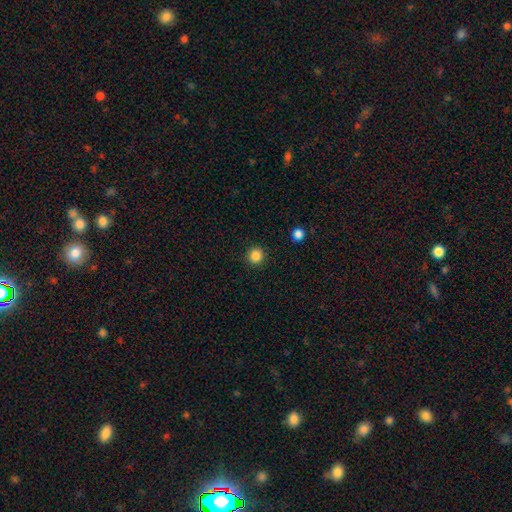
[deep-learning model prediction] A smooth galaxy with no disk features (85%) that is round (94%).

Vote fractions:
- Smooth or featured? smooth: 85% / star or artifact: 12% / featured or disk: 3%
- How rounded? round: 94% / in between: 5% / cigar-shaped: 1%
- Merging? none: 92% / minor disturbance: 5% / major disturbance: 2% / merger: 1%